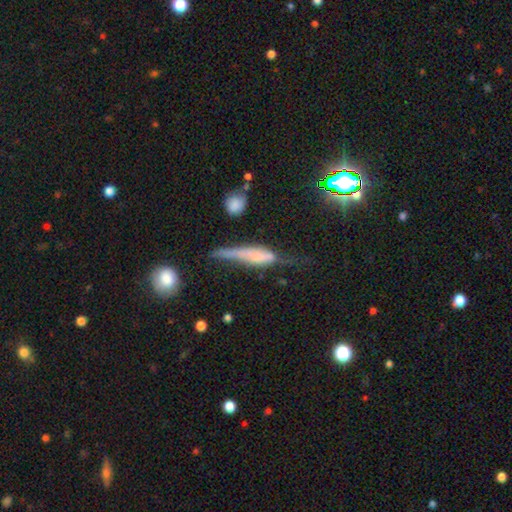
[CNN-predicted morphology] Q: Smooth or featured?
A: featured or disk (50%); runner-up: smooth (39%)
Q: Edge-on disk?
A: yes (78%); runner-up: no (22%)
Q: Merging?
A: major disturbance (33%); runner-up: none (30%)